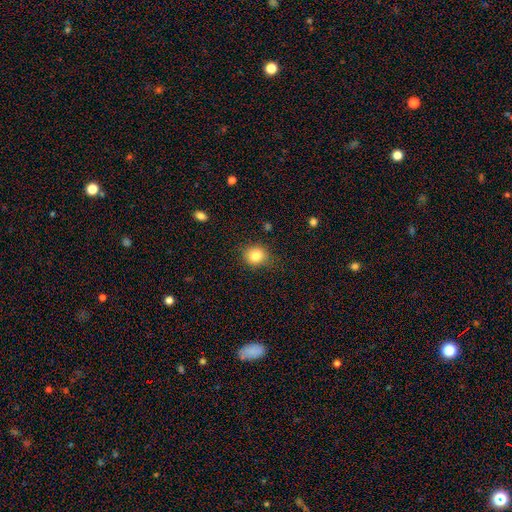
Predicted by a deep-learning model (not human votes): Smooth or featured? smooth (83%)
How rounded? round (74%)
Merging? none (82%)